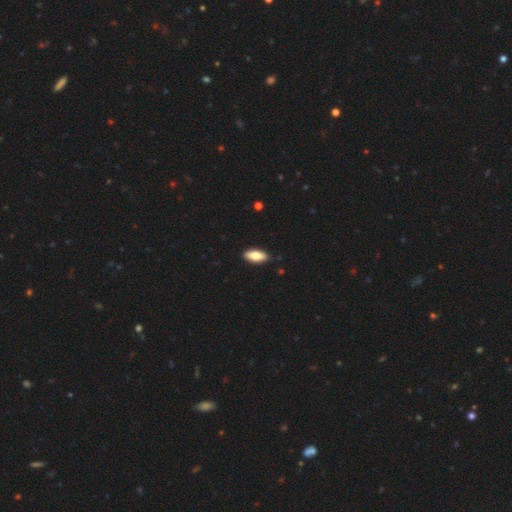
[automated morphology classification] Smooth or featured?
  - smooth: 77% *
  - featured or disk: 17%
  - star or artifact: 6%
How rounded?
  - in between: 84% *
  - cigar-shaped: 14%
  - round: 2%
Merging?
  - none: 88% *
  - minor disturbance: 10%
  - major disturbance: 2%
  - merger: 1%